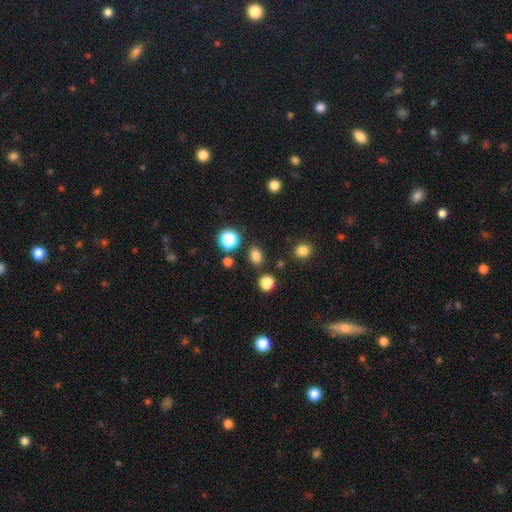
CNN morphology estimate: smooth_or_featured: smooth (p=0.79) [alt: star or artifact p=0.16]
how_rounded: in between (p=0.57) [alt: round p=0.42]
merging: none (p=0.84) [alt: minor disturbance p=0.09]